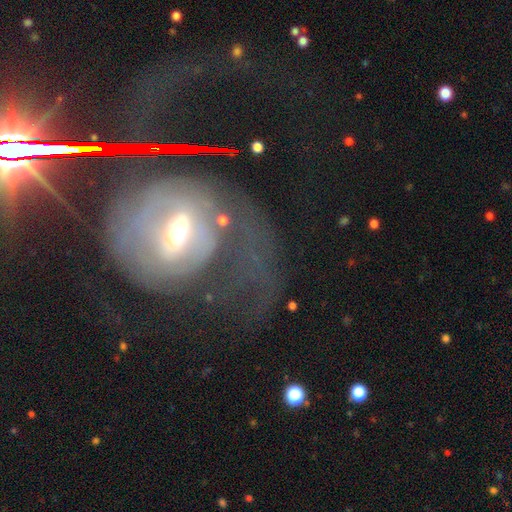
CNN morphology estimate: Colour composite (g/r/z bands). It shows a featured or disk galaxy (69%) with a weak bar (42%), spiral arms (66%) and a moderate central bulge (55%). Merging: none (40%).